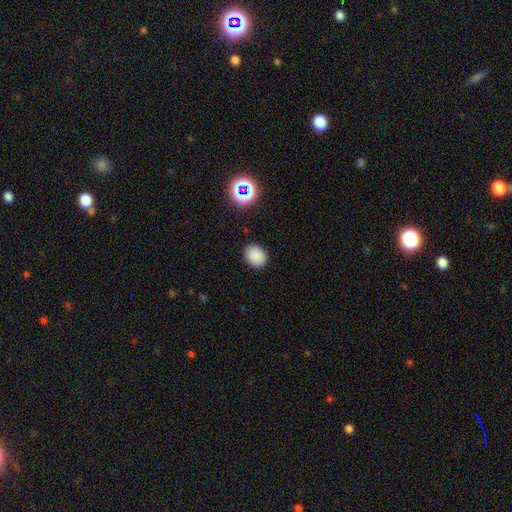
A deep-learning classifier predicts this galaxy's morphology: Q: Smooth or featured?
A: smooth (85%); runner-up: star or artifact (12%)
Q: How rounded?
A: in between (55%); runner-up: round (44%)
Q: Merging?
A: none (88%); runner-up: minor disturbance (9%)